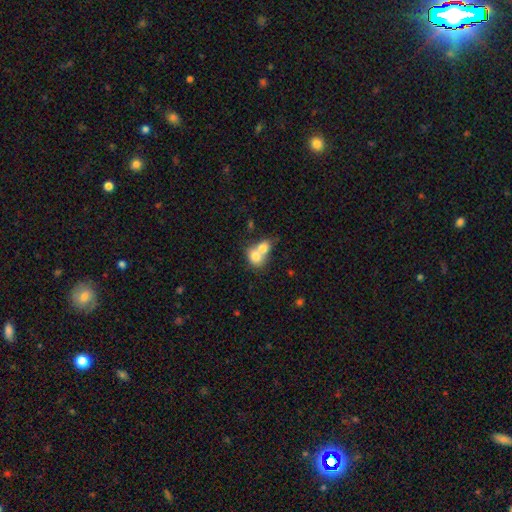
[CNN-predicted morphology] Smooth or featured? Predicted: smooth (p=0.73). How rounded? Predicted: in between (p=0.51). Merging? Predicted: merger (p=0.75).